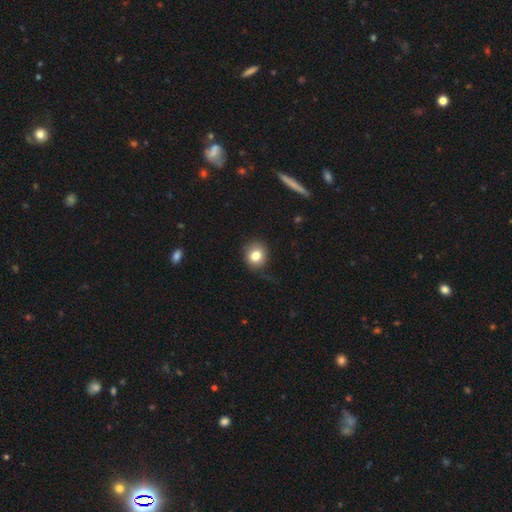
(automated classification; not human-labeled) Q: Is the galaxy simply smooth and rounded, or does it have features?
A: smooth — 81%.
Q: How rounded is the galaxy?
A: round — 78%.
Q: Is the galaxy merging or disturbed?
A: none — 75%.